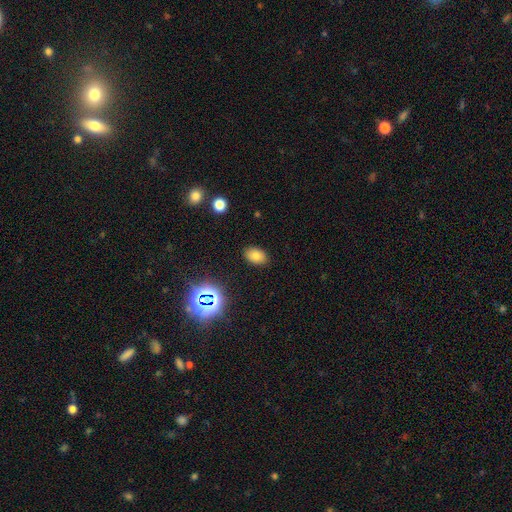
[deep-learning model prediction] smooth-or-featured: smooth: 74% | star or artifact: 18% | featured or disk: 8%
  how-rounded: in between: 84% | round: 15% | cigar-shaped: 1%
  merging: none: 87% | minor disturbance: 9% | major disturbance: 3% | merger: 1%